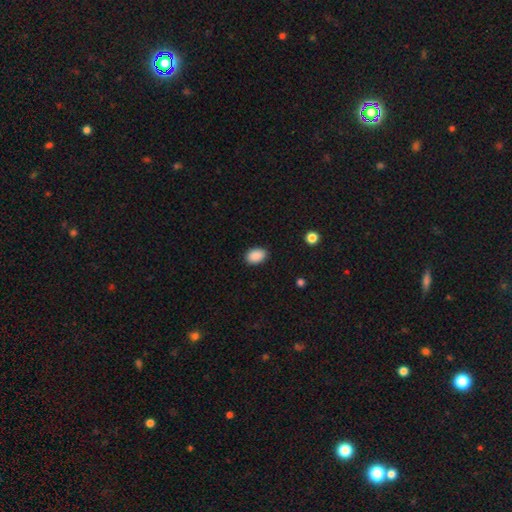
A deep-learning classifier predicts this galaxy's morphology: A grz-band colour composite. It shows a smooth galaxy with no disk features (90%) that is in between round and cigar-shaped (83%). Merging: none (88%).